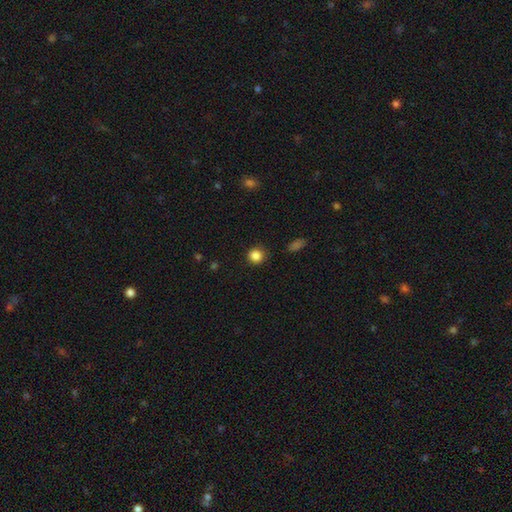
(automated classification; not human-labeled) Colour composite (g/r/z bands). It shows a smooth galaxy with no disk features (85%) that is round (92%). Merging: none (88%).